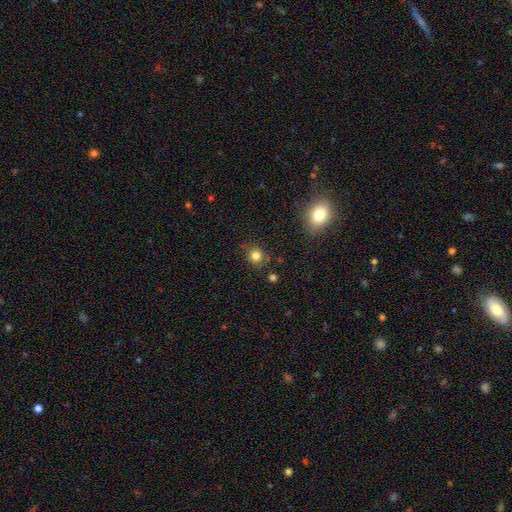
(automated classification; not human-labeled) The model was most divided on "smooth or featured": smooth: 81%, star or artifact: 13%, featured or disk: 6%. More confident: how rounded — round (84%); merging — none (84%).